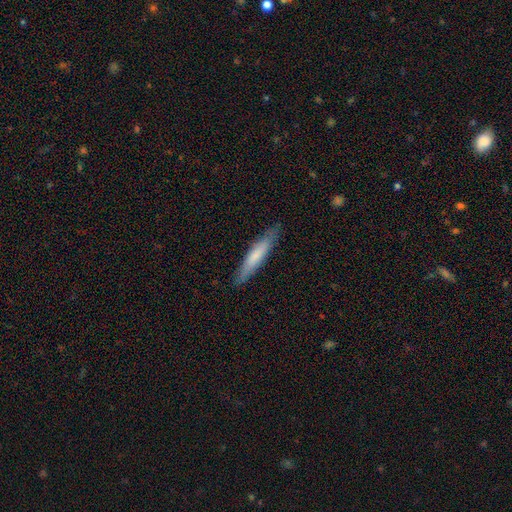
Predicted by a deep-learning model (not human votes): Overall: smooth (67%; featured or disk 28%). How rounded: cigar-shaped (90%). Merging: none (86%).